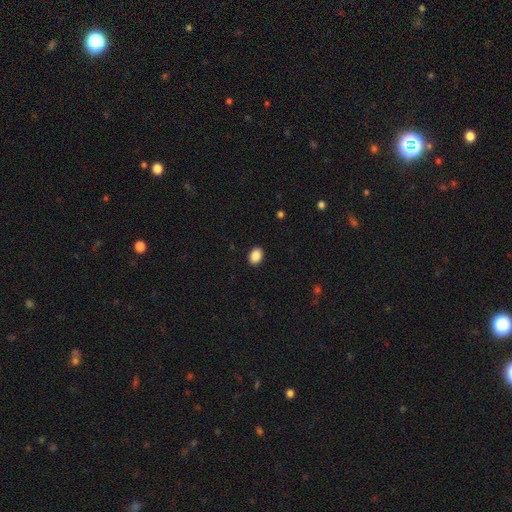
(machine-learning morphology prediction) Smooth or featured: smooth — 88% (star or artifact — 8%)
How rounded: in between — 69% (round — 30%)
Merging: none — 91% (minor disturbance — 6%)